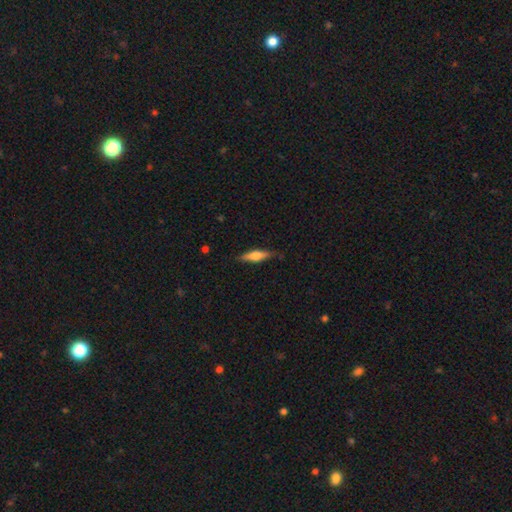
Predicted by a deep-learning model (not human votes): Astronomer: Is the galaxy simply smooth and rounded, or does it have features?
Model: featured or disk — 54% (runner-up: smooth, 40%).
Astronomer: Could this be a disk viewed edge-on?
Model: yes — 95%.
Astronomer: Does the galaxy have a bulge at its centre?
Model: rounded — 91%.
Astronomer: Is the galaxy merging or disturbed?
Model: none — 86%.